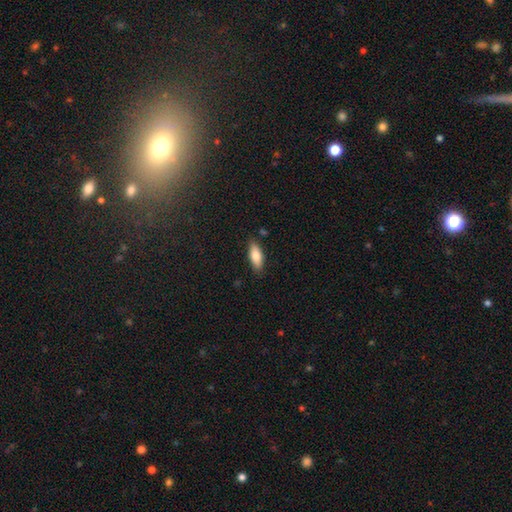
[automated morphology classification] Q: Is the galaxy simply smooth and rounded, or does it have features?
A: smooth — 79%.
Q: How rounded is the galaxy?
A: in between — 73%.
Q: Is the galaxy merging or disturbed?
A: none — 84%.